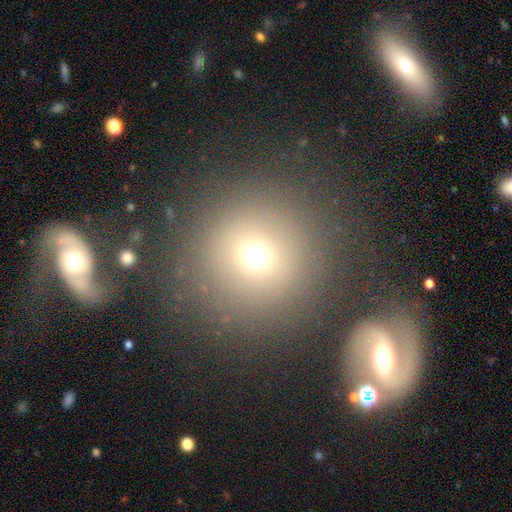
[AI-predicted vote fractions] smooth_or_featured: smooth (p=0.68) [alt: featured or disk p=0.19]
how_rounded: round (p=0.92) [alt: in between p=0.06]
merging: none (p=0.75) [alt: merger p=0.10]